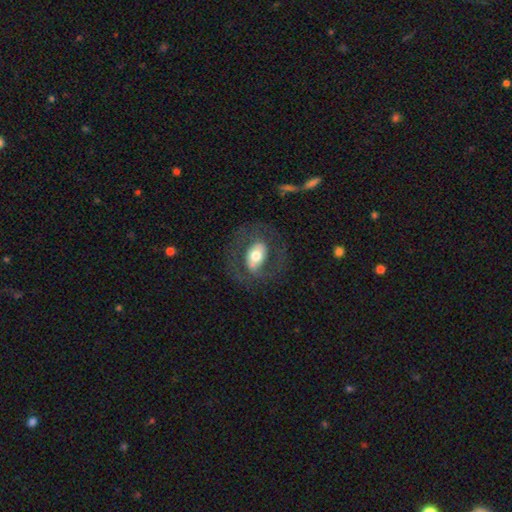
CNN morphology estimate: Smooth or featured? Predicted: featured or disk (p=0.56). Edge-on disk? Predicted: no (p=0.93). Bar? Predicted: no (p=0.47). Spiral arms? Predicted: no (p=0.52). Bulge size? Predicted: moderate (p=0.62). Merging? Predicted: none (p=0.68).